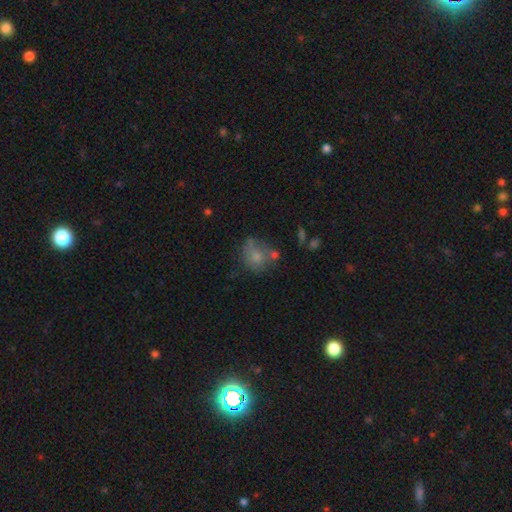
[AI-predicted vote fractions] A smooth galaxy with no disk features (68%) that is round (63%).

Vote fractions:
- Smooth or featured? smooth: 68% / featured or disk: 21% / star or artifact: 11%
- How rounded? round: 63% / in between: 35% / cigar-shaped: 1%
- Merging? none: 44% / minor disturbance: 25% / merger: 16% / major disturbance: 15%